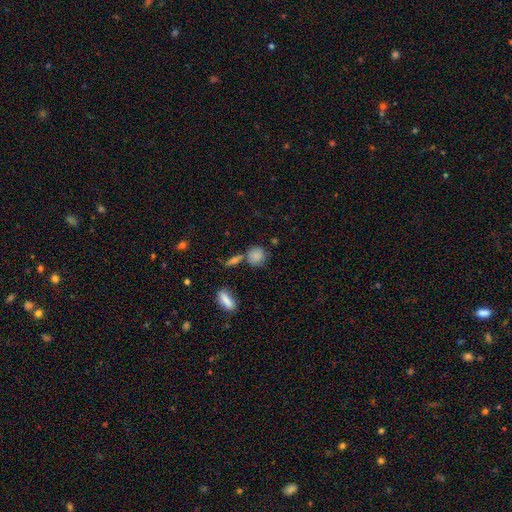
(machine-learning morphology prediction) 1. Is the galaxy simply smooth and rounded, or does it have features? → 84% smooth, 9% star or artifact, 7% featured or disk.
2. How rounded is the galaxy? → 79% round, 18% in between, 3% cigar-shaped.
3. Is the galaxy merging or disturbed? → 63% none, 18% merger, 15% minor disturbance, 5% major disturbance.